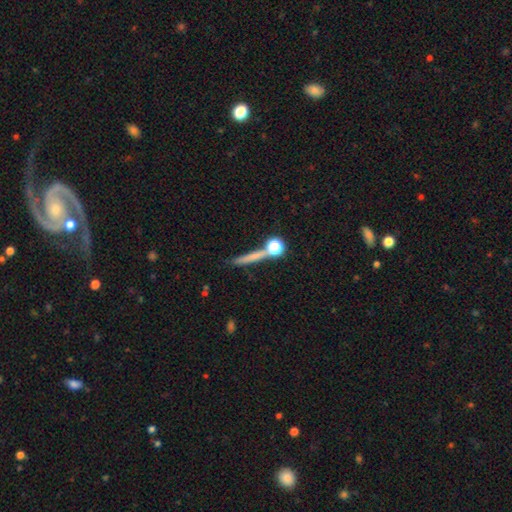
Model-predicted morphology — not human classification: Overall: smooth (55%; featured or disk 29%). How rounded: cigar-shaped (71%). Merging: none (68%).